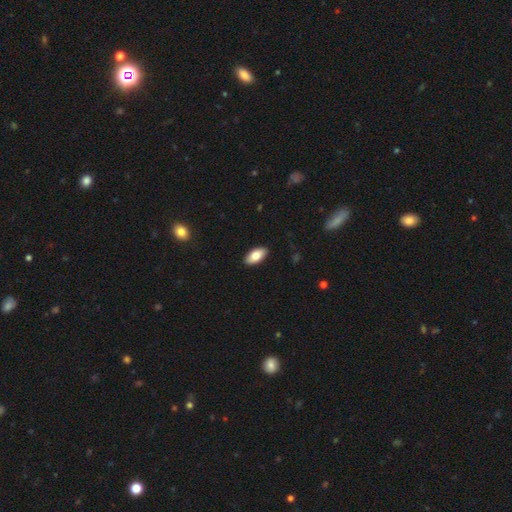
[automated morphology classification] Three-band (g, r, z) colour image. It shows a smooth galaxy with no disk features (81%) that is in between round and cigar-shaped (92%). Merging: none (90%).